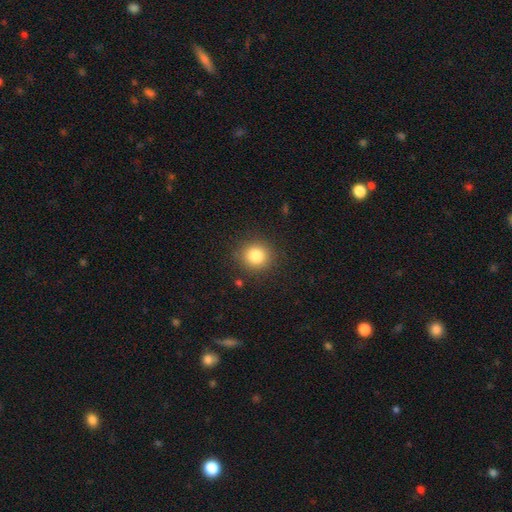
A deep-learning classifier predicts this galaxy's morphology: Smooth or featured? smooth (82%)
How rounded? round (89%)
Merging? none (89%)